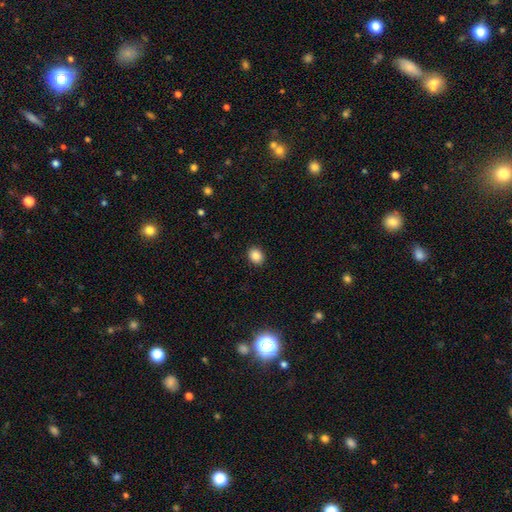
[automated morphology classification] This is clearly a smooth galaxy (87%). How rounded: possibly round (55%). Merging: clearly none (91%).